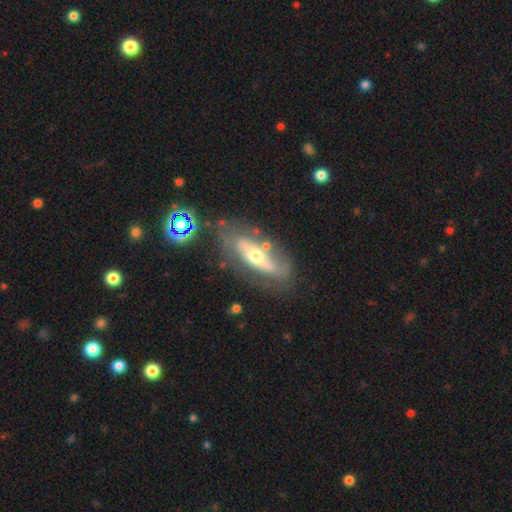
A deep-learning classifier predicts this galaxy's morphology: Overall: featured or disk (63%; smooth 29%). Edge-on disk: no (71%). Merging: none (64%).